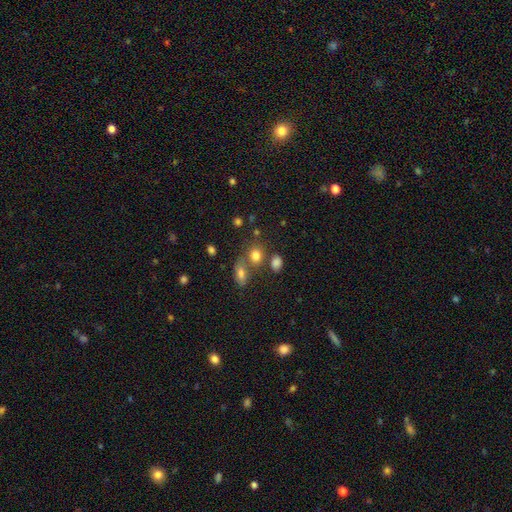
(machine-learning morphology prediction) Smooth or featured?
  - smooth: 78% *
  - star or artifact: 13%
  - featured or disk: 9%
How rounded?
  - round: 57% *
  - in between: 41%
  - cigar-shaped: 2%
Merging?
  - none: 56% *
  - merger: 26%
  - minor disturbance: 12%
  - major disturbance: 6%